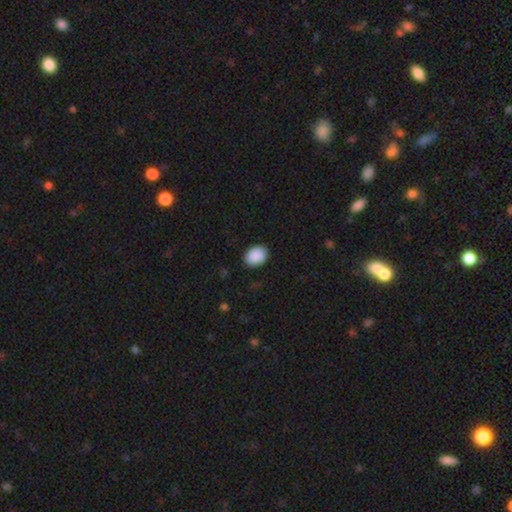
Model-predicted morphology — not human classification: Overall: smooth (90%). How rounded: in between (67%; round 33%). Merging: none (88%).